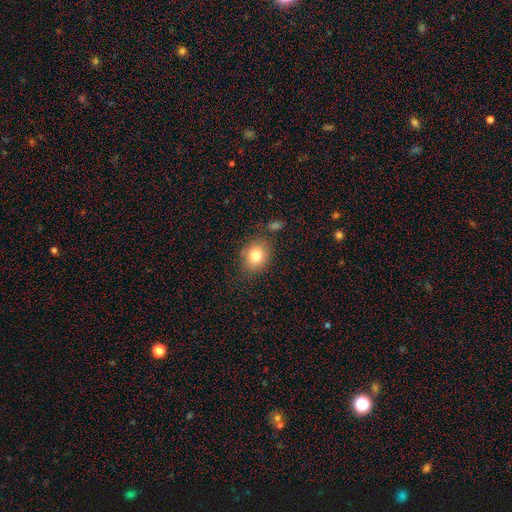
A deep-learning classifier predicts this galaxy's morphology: Q: Smooth or featured?
A: smooth (80%); runner-up: featured or disk (11%)
Q: How rounded?
A: round (56%); runner-up: in between (43%)
Q: Merging?
A: none (75%); runner-up: minor disturbance (15%)